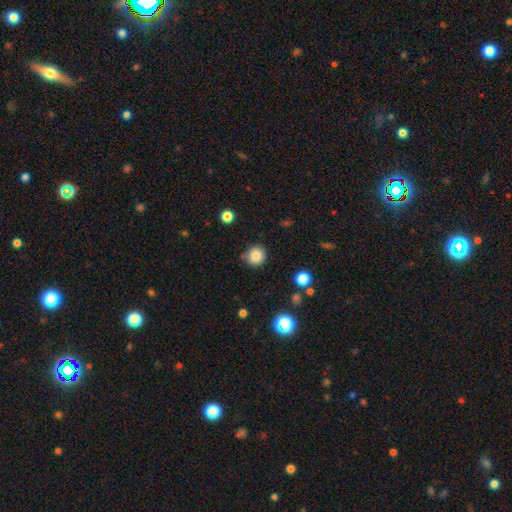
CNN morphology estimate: Q: Smooth or featured?
A: smooth (84%); runner-up: star or artifact (11%)
Q: How rounded?
A: round (91%); runner-up: in between (8%)
Q: Merging?
A: none (83%); runner-up: minor disturbance (10%)